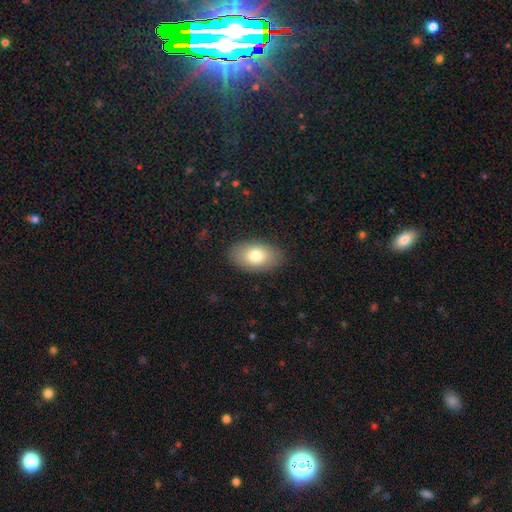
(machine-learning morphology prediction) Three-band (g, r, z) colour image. It shows a smooth galaxy with no disk features (78%) that is in between round and cigar-shaped (93%). Merging: none (87%).